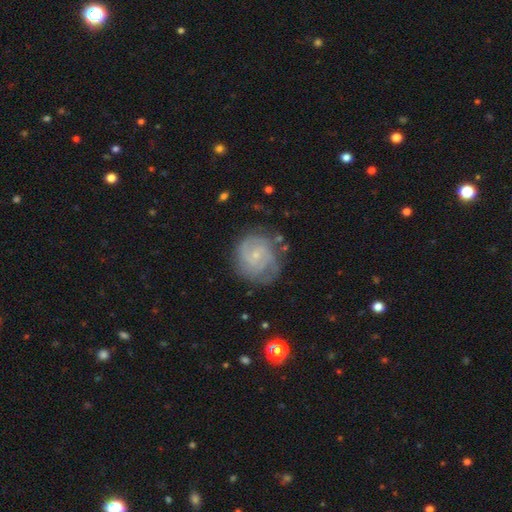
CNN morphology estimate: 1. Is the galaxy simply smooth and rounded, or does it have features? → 80% featured or disk, 13% smooth, 6% star or artifact.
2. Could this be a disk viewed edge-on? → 98% no, 2% yes.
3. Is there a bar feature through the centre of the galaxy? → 67% no, 29% weak, 4% strong.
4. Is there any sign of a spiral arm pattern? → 94% yes, 6% no.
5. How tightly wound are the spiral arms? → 59% tight, 33% medium, 8% loose.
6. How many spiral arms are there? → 32% 2, 27% can't tell, 23% 3, 8% 4, 5% 1, 5% more than 4.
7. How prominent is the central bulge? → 81% small, 12% moderate, 5% none, 1% large, 1% dominant.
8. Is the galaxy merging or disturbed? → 72% none, 18% minor disturbance, 7% major disturbance, 2% merger.